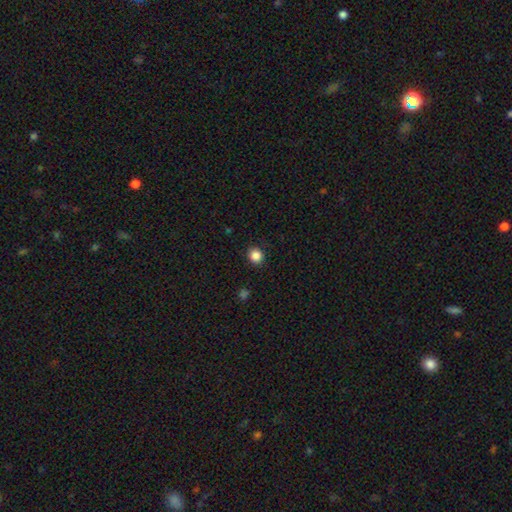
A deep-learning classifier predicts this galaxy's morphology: This is clearly a smooth galaxy (86%). How rounded: clearly round (89%). Merging: clearly none (90%).